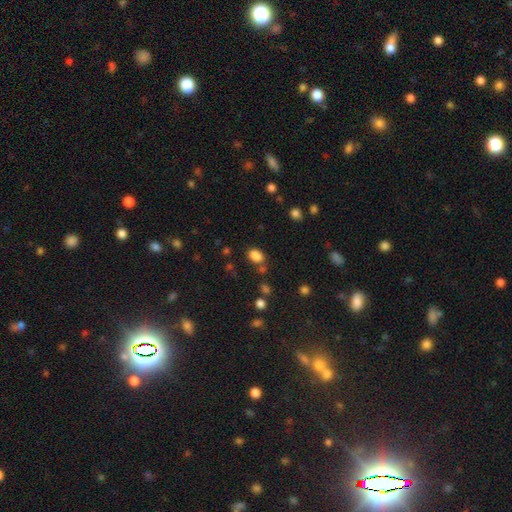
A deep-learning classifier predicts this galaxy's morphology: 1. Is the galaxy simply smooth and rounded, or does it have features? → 83% smooth, 12% star or artifact, 4% featured or disk.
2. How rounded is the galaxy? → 79% in between, 20% round, 1% cigar-shaped.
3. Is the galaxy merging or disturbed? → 71% none, 14% minor disturbance, 10% merger, 5% major disturbance.